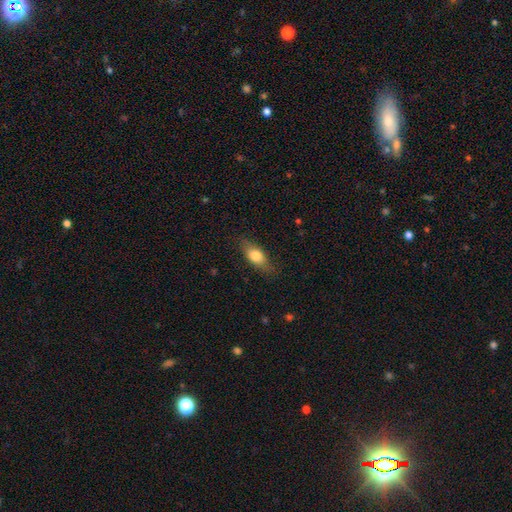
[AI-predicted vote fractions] Smooth or featured? Predicted: smooth (p=0.75). How rounded? Predicted: in between (p=0.77). Merging? Predicted: none (p=0.79).